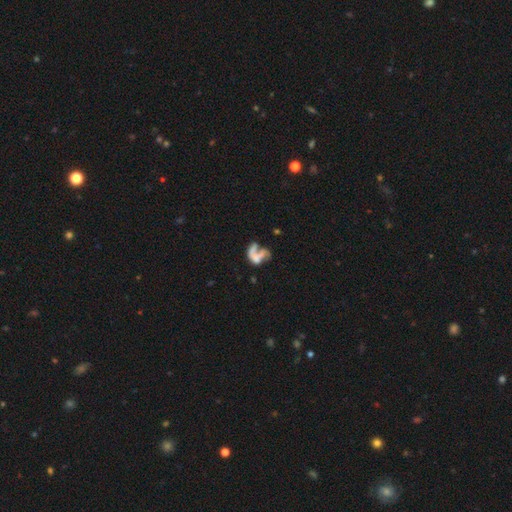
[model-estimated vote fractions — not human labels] Q: Smooth or featured?
A: featured or disk (54%); runner-up: smooth (33%)
Q: Edge-on disk?
A: no (97%); runner-up: yes (3%)
Q: Bar?
A: no (80%); runner-up: weak (14%)
Q: Spiral arms?
A: no (62%); runner-up: yes (38%)
Q: Bulge size?
A: none (68%); runner-up: small (16%)
Q: Merging?
A: major disturbance (36%); runner-up: merger (27%)